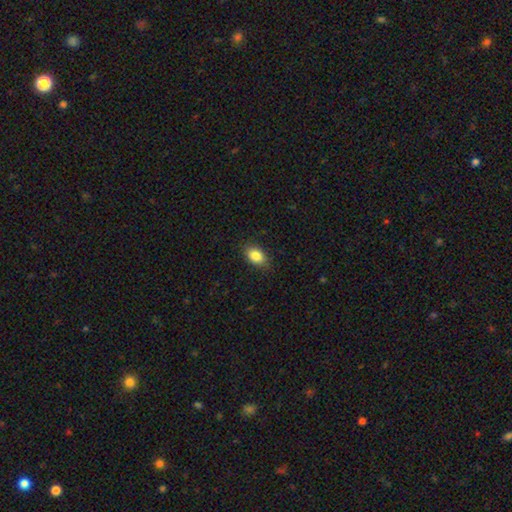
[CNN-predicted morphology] type=smooth (86%); roundness=in between (82%); merging=none (84%).